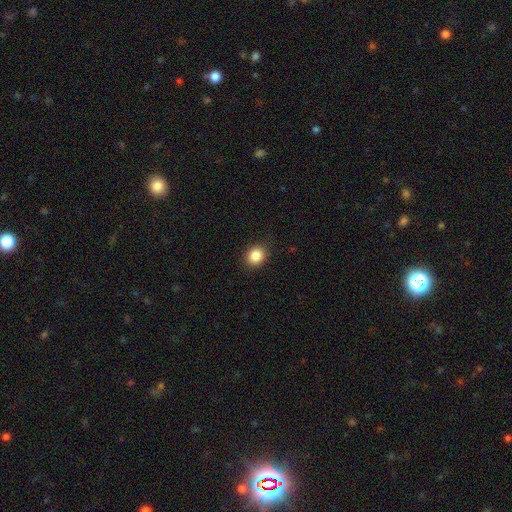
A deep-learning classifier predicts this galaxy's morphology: Smooth or featured? Predicted: smooth (p=0.86). How rounded? Predicted: round (p=0.70). Merging? Predicted: none (p=0.89).